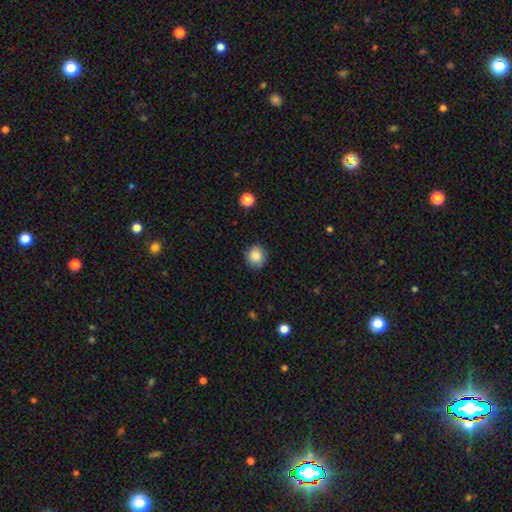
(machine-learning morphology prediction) The model was most divided on "how rounded": round: 79%, in between: 20%, cigar-shaped: 1%. More confident: smooth or featured — smooth (86%); merging — none (82%).